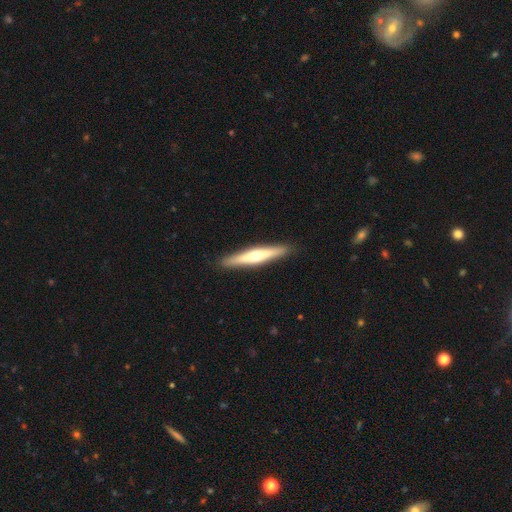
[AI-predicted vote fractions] Overall: featured or disk (58%; smooth 37%). Edge-on disk: yes (96%). Edge-on bulge: rounded (88%). Merging: none (91%).